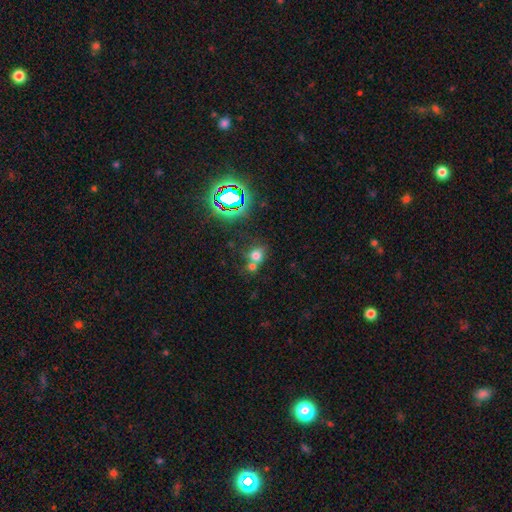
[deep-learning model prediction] Smooth or featured? Predicted: smooth (p=0.66). How rounded? Predicted: round (p=0.69). Merging? Predicted: none (p=0.44).